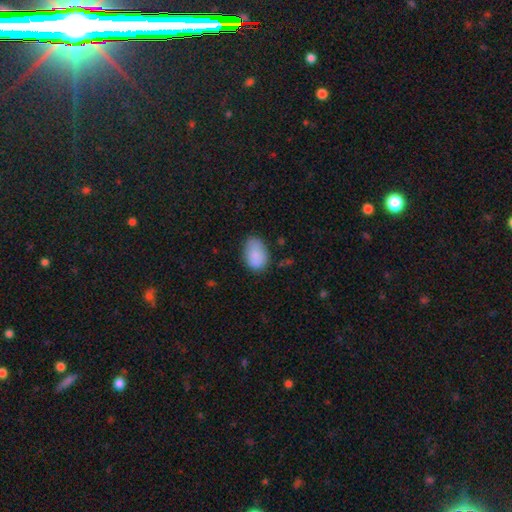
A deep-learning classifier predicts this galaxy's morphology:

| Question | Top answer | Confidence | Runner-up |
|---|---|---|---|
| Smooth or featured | smooth | 86% | featured or disk (7%) |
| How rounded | in between | 85% | round (14%) |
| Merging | none | 66% | minor disturbance (26%) |